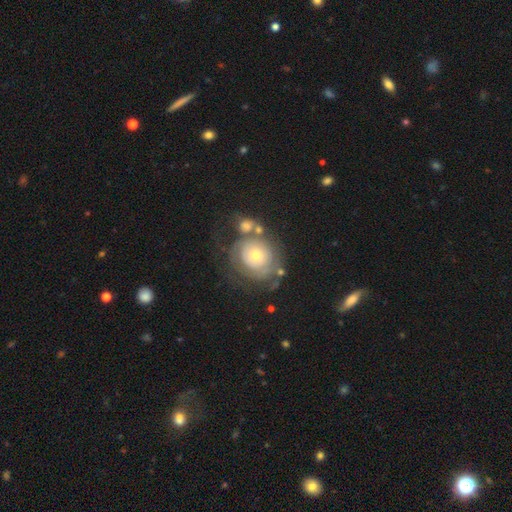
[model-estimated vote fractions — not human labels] featured or disk 55%, smooth 38%, star or artifact 8%. Down the decision tree: edge-on disk — no (97%); bar — no (88%); spiral arms — yes (56%); bulge size — moderate (46%); merging — none (48%).